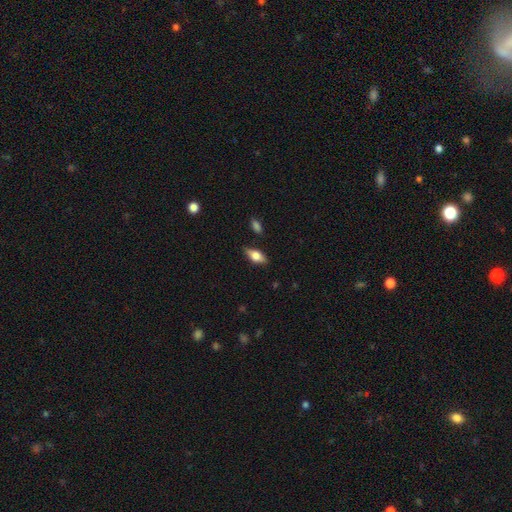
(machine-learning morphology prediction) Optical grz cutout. It shows a smooth galaxy with no disk features (57%) that is in between round and cigar-shaped (79%). Merging: none (80%).